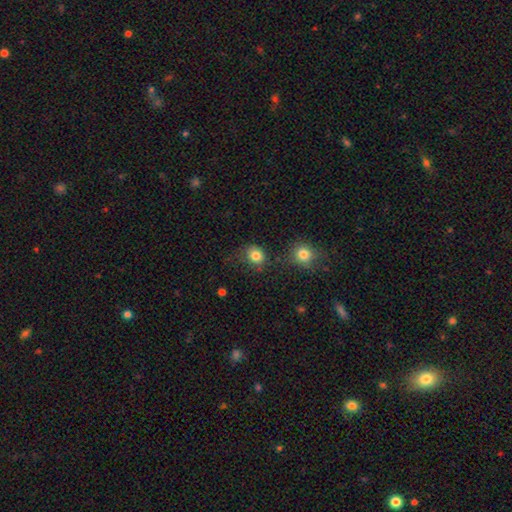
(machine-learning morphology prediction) Smooth or featured: smooth — 82% (star or artifact — 12%)
How rounded: round — 70% (in between — 29%)
Merging: none — 68% (minor disturbance — 18%)